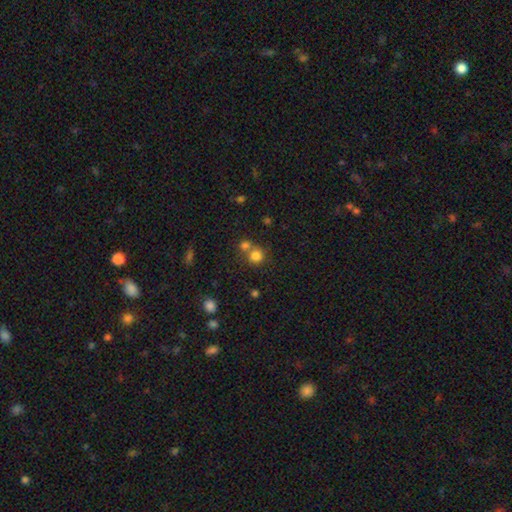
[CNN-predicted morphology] A smooth galaxy with no disk features (80%) that is round (90%). Merging: none (56%).